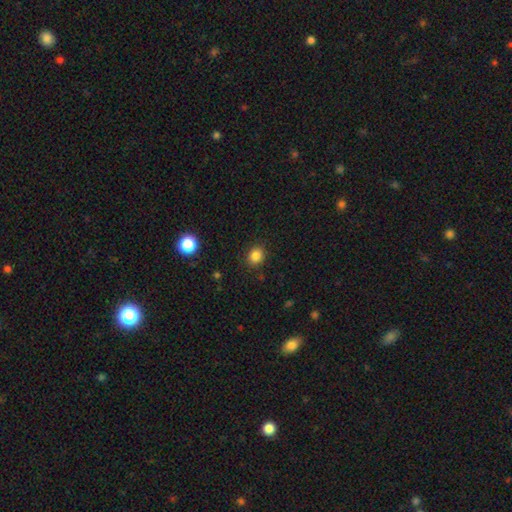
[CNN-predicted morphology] Smooth or featured? smooth (84%)
How rounded? round (74%)
Merging? none (89%)